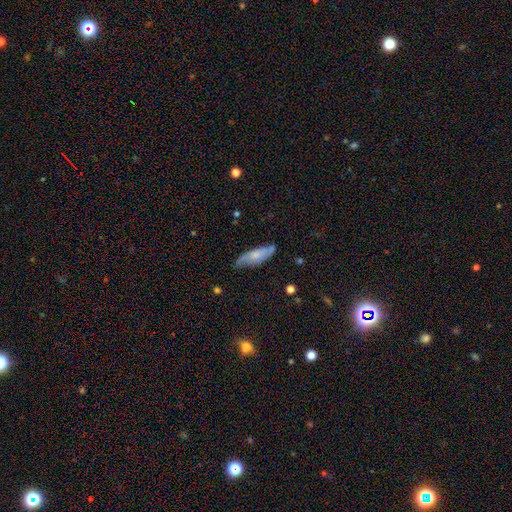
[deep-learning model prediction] smooth-or-featured: smooth: 55% | featured or disk: 38% | star or artifact: 7%
  how-rounded: in between: 51% | cigar-shaped: 46% | round: 2%
  merging: none: 64% | minor disturbance: 26% | major disturbance: 6% | merger: 3%